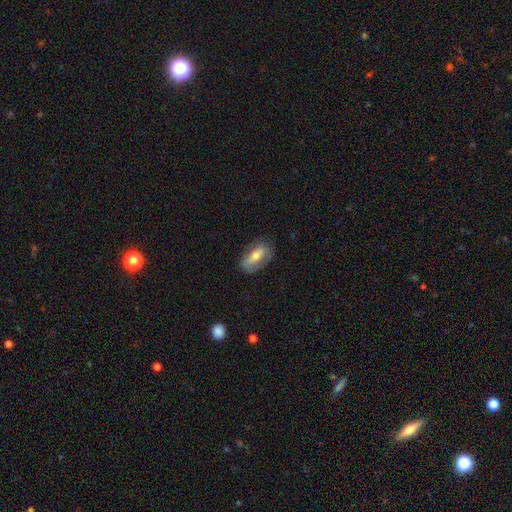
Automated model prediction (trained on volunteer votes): Smooth or featured: smooth — 54% (featured or disk — 39%)
How rounded: in between — 83% (cigar-shaped — 12%)
Merging: none — 75% (minor disturbance — 18%)